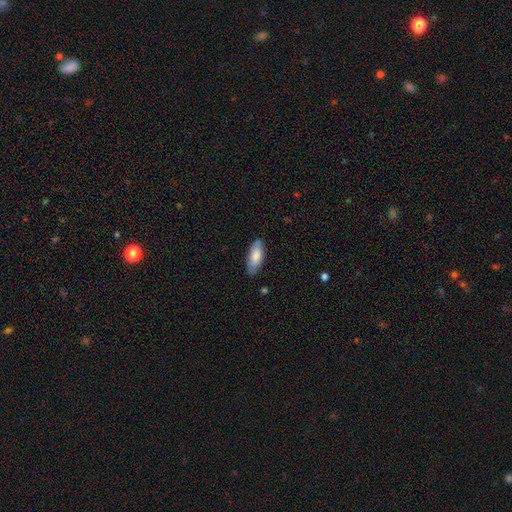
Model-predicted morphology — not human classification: This is clearly a smooth galaxy (81%). How rounded: clearly in between (80%). Merging: clearly none (83%).